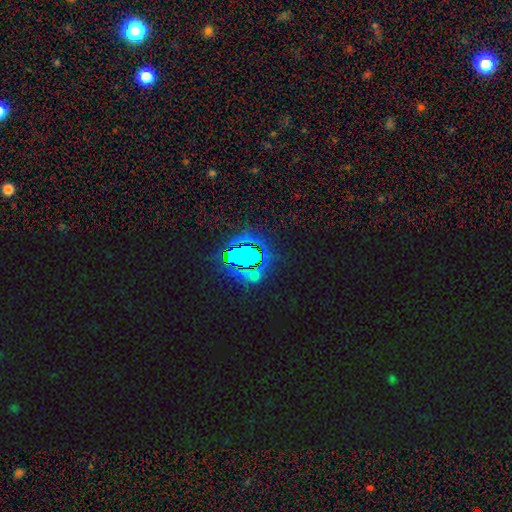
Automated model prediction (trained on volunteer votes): A star or artifact, not a galaxy (81%).

Vote fractions:
- Smooth or featured? star or artifact: 81% / smooth: 11% / featured or disk: 8%